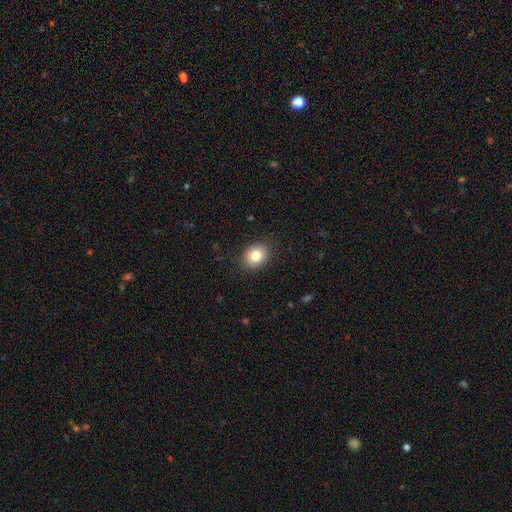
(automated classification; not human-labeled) smooth_or_featured: smooth (p=0.82) [alt: star or artifact p=0.10]
how_rounded: in between (p=0.51) [alt: round p=0.48]
merging: none (p=0.89) [alt: minor disturbance p=0.08]